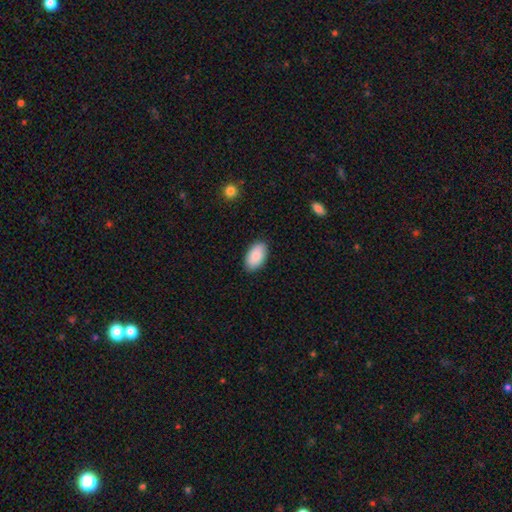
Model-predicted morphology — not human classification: A smooth galaxy with no disk features (88%) that is in between round and cigar-shaped (95%).

Vote fractions:
- Smooth or featured? smooth: 88% / star or artifact: 6% / featured or disk: 6%
- How rounded? in between: 95% / round: 4% / cigar-shaped: 1%
- Merging? none: 88% / minor disturbance: 9% / major disturbance: 2% / merger: 1%